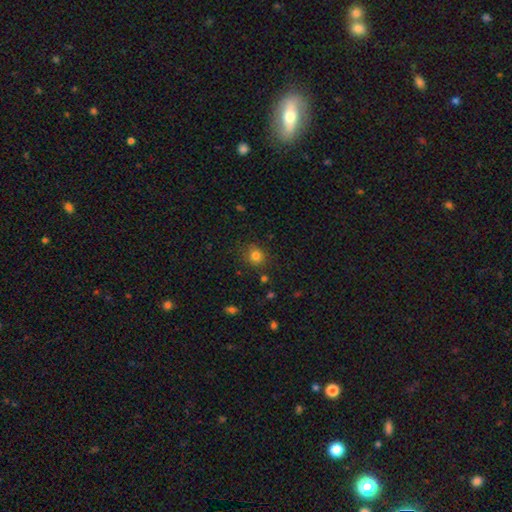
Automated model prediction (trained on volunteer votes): Smooth or featured? smooth (80%)
How rounded? round (80%)
Merging? none (82%)